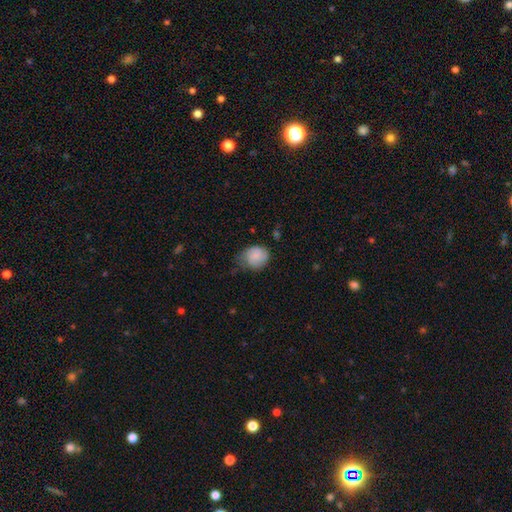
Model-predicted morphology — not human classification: A smooth galaxy with no disk features (79%) that is round (61%).

Vote fractions:
- Smooth or featured? smooth: 79% / featured or disk: 14% / star or artifact: 7%
- How rounded? round: 61% / in between: 38% / cigar-shaped: 1%
- Merging? none: 49% / minor disturbance: 38% / major disturbance: 11% / merger: 2%